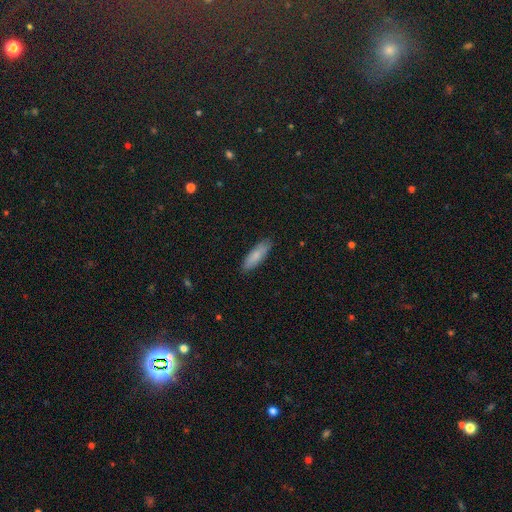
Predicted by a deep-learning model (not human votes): This is clearly a smooth galaxy (82%). How rounded: possibly cigar-shaped (54%). Merging: clearly none (86%).